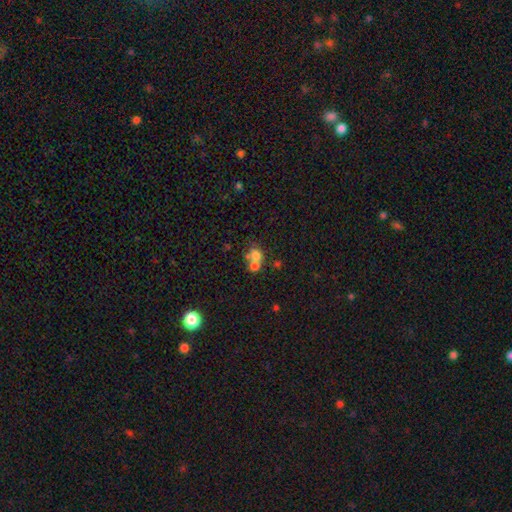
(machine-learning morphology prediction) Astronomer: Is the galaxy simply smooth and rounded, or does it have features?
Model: smooth — 69%.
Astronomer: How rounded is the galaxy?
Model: round — 72%.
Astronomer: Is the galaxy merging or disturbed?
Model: merger — 57% (runner-up: none, 32%).